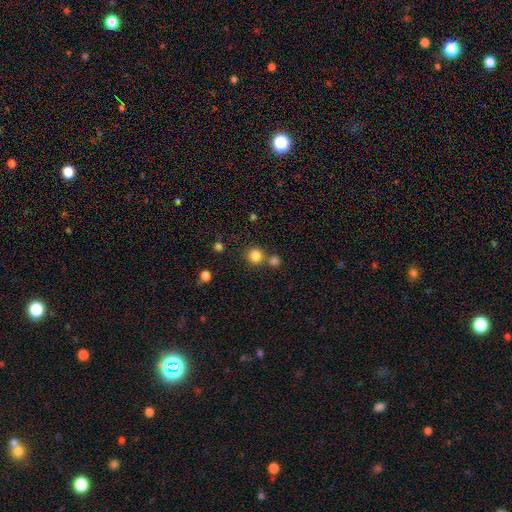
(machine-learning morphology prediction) type=smooth (83%); roundness=round (91%); merging=none (71%).